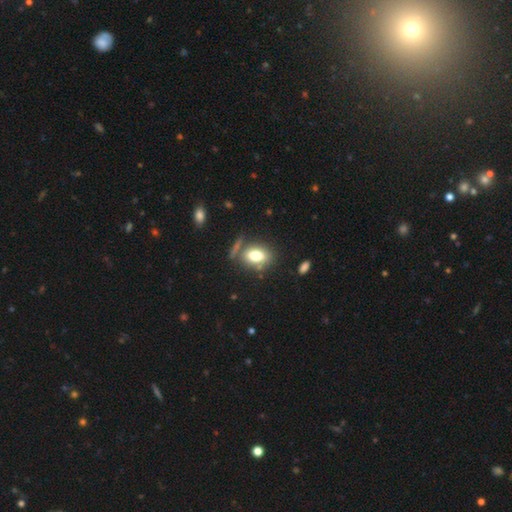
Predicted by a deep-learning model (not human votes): Overall: smooth (75%). How rounded: in between (80%). Merging: none (67%).